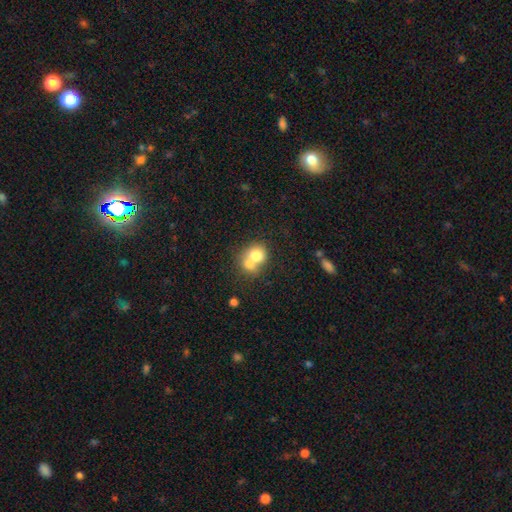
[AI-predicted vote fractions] Smooth or featured: smooth — 73% (featured or disk — 17%)
How rounded: round — 65% (in between — 34%)
Merging: merger — 65% (none — 25%)